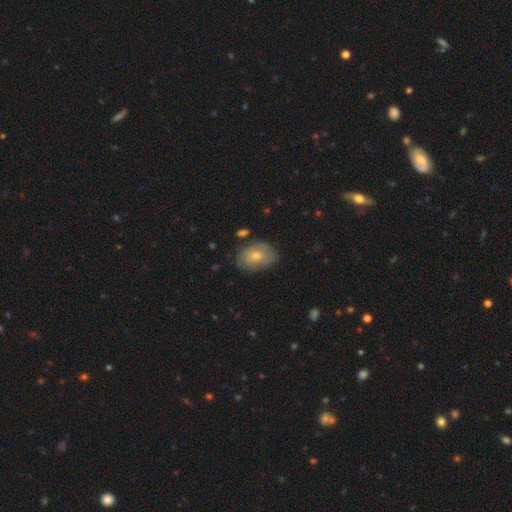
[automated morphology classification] Smooth or featured: smooth — 57% (featured or disk — 33%)
How rounded: in between — 78% (round — 21%)
Merging: none — 76% (minor disturbance — 18%)